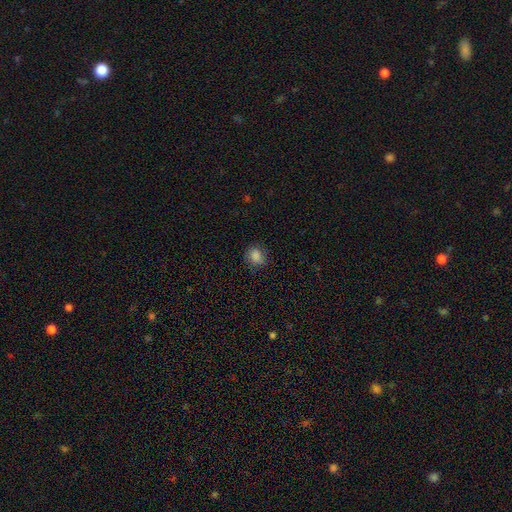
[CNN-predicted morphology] A smooth galaxy with no disk features (83%) that is round (70%). Merging: none (79%).